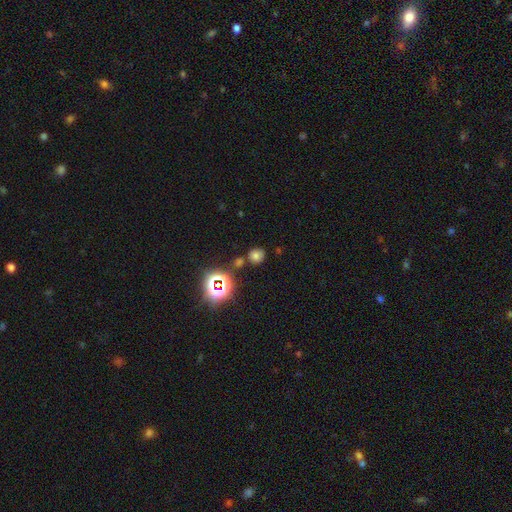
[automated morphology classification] smooth_or_featured: smooth (p=0.63) [alt: star or artifact p=0.29]
how_rounded: round (p=0.77) [alt: in between p=0.22]
merging: none (p=0.75) [alt: merger p=0.11]